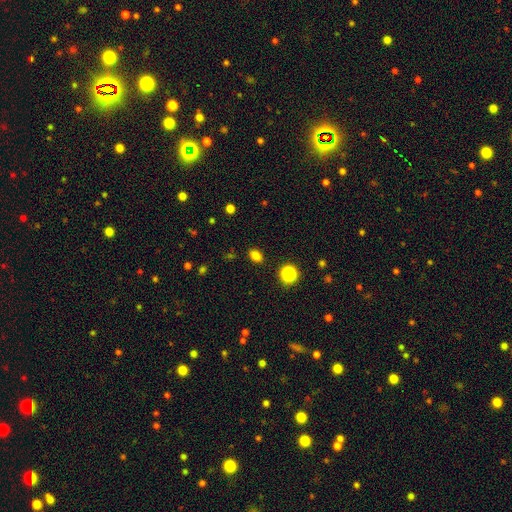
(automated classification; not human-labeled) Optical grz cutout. It shows a smooth galaxy with no disk features (80%) that is in between round and cigar-shaped (71%). Merging: none (87%).